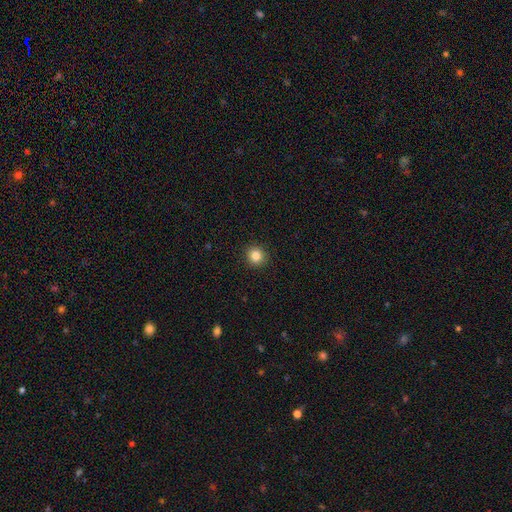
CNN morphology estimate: type=smooth (84%); roundness=round (91%); merging=none (92%).